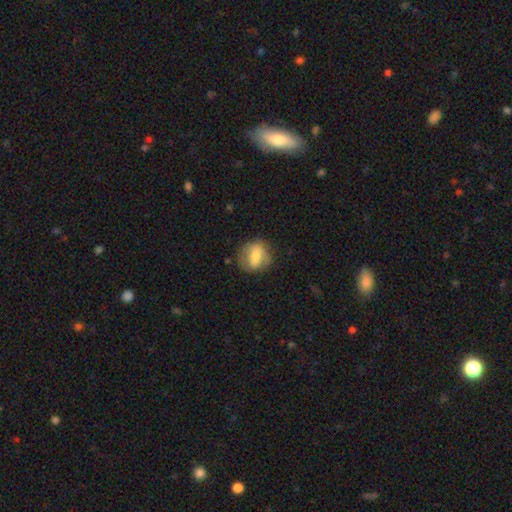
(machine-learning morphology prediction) smooth-or-featured: smooth: 62% | featured or disk: 30% | star or artifact: 8%
  how-rounded: round: 62% | in between: 35% | cigar-shaped: 3%
  merging: none: 71% | minor disturbance: 20% | major disturbance: 7% | merger: 2%